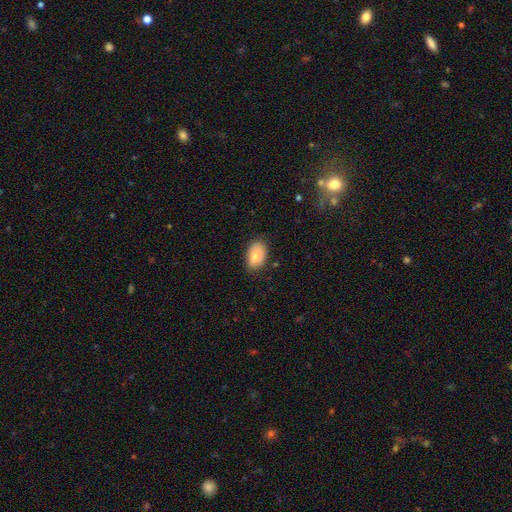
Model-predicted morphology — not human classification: The model was most divided on "merging": none: 79%, minor disturbance: 17%, major disturbance: 3%, merger: 1%. More confident: how rounded — in between (91%); smooth or featured — smooth (80%).